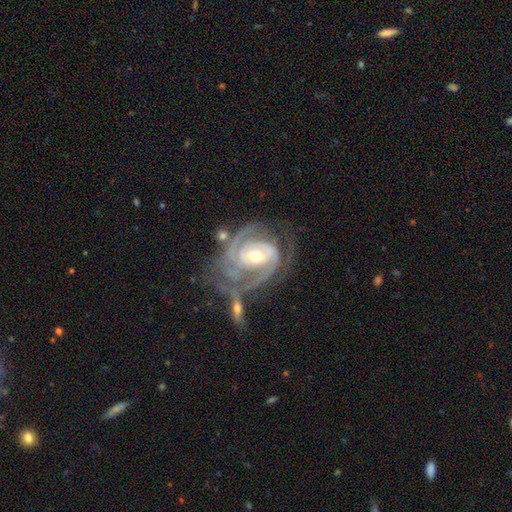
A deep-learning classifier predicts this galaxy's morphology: This is clearly a featured or disk galaxy (91%). It is clearly not viewed edge-on (97%). Bar: possibly no (46%). Spiral arm pattern: clearly yes (97%). Spiral arm count: possibly 2 (49%). Spiral winding: likely tight (69%). Central bulge: possibly moderate (58%). Merging: marginally none (40%).